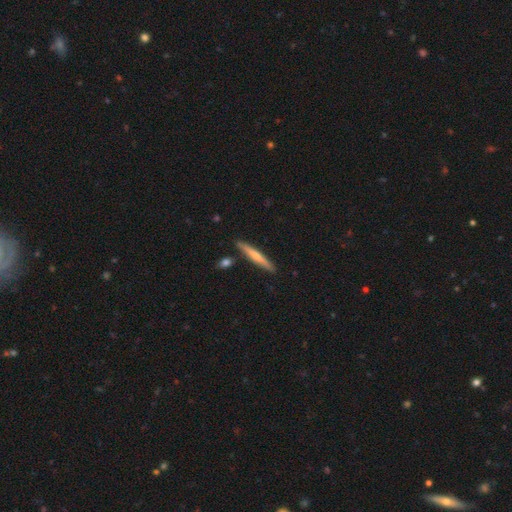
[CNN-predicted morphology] Smooth or featured: smooth — 50% (featured or disk — 44%)
How rounded: cigar-shaped — 94% (in between — 5%)
Merging: none — 85% (minor disturbance — 9%)